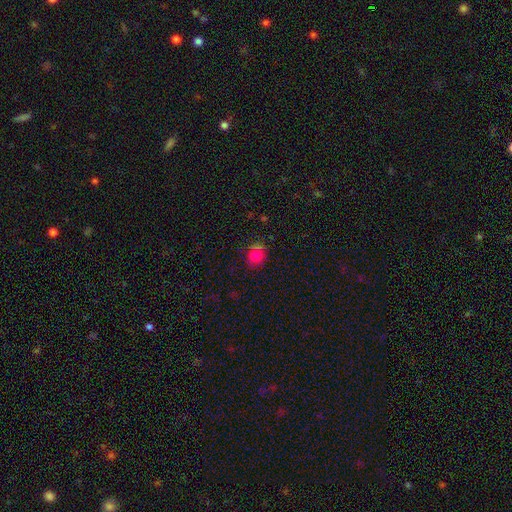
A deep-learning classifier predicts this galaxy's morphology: This appears to be a smooth galaxy with no disk features (71%) that is round (69%). Merging: none (76%).